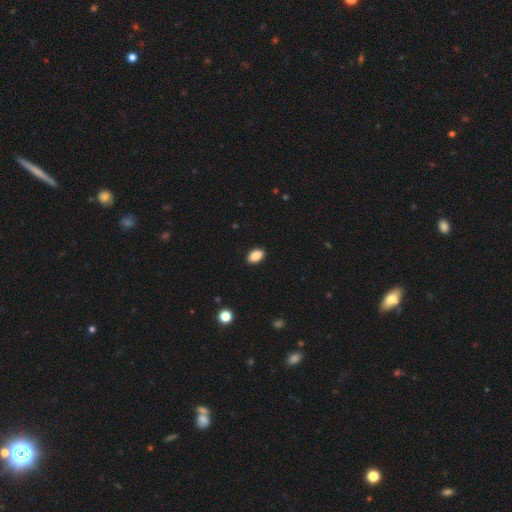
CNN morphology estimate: Smooth or featured: smooth — 88% (star or artifact — 8%)
How rounded: in between — 91% (round — 8%)
Merging: none — 90% (minor disturbance — 7%)